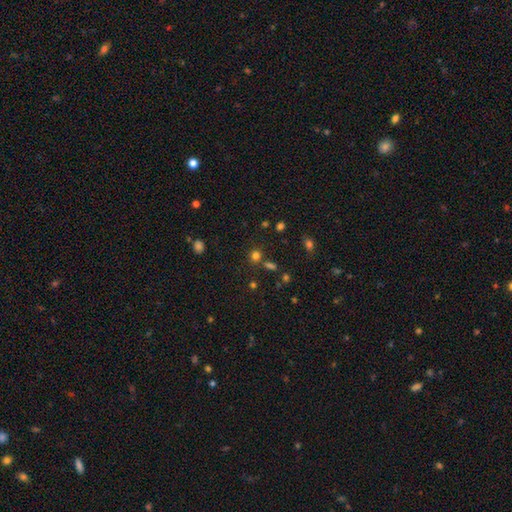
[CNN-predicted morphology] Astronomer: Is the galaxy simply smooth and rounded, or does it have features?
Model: smooth — 72%.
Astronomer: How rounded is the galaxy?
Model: round — 85%.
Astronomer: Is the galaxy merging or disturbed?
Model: none — 75%.